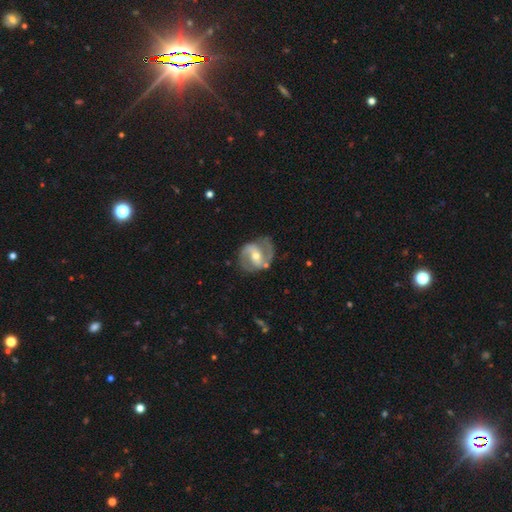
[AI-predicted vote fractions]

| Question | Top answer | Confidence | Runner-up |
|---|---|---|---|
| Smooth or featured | featured or disk | 83% | smooth (12%) |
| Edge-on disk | no | 97% | yes (3%) |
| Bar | weak | 41% | strong (33%) |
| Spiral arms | yes | 90% | no (10%) |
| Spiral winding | medium | 53% | tight (26%) |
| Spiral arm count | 2 | 88% | can't tell (6%) |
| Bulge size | moderate | 58% | small (38%) |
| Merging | none | 72% | minor disturbance (17%) |